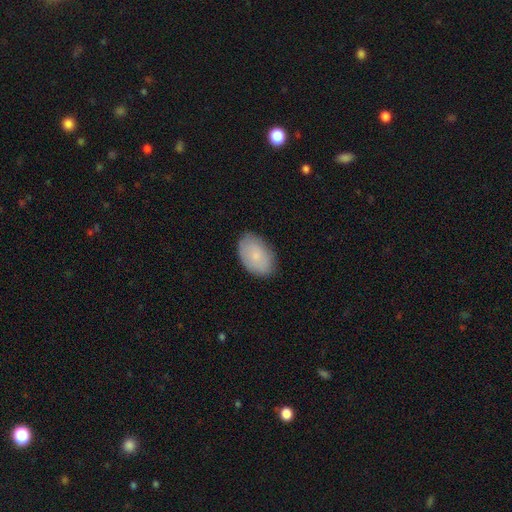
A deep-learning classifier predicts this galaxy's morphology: Smooth or featured? smooth (78%)
How rounded? in between (90%)
Merging? none (82%)